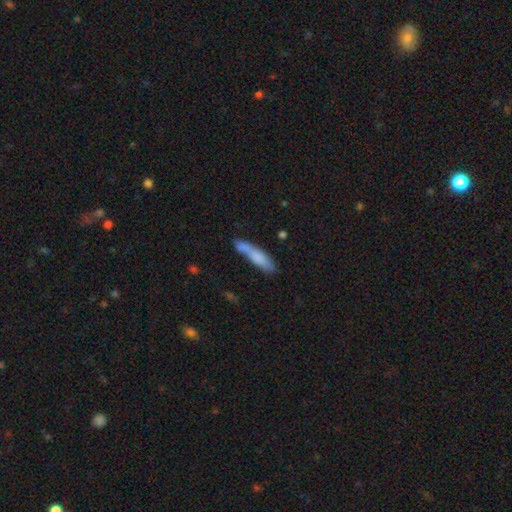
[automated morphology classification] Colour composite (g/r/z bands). It shows a smooth galaxy with no disk features (73%) that is cigar-shaped (79%). Merging: none (54%).